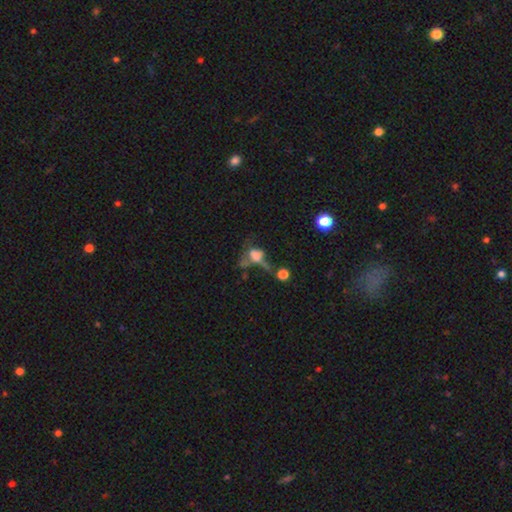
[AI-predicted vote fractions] This appears to be a smooth galaxy with no disk features (50%). Merging: major disturbance (40%).